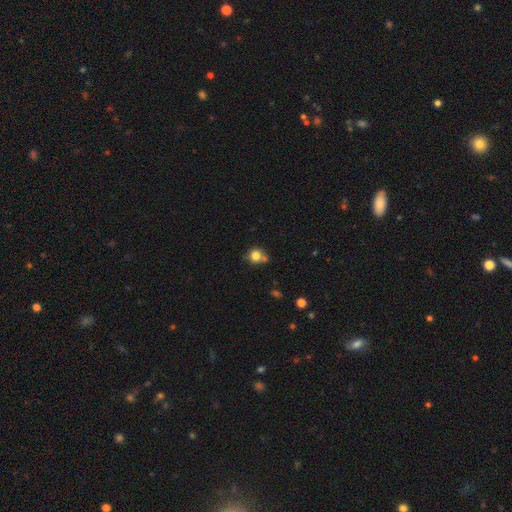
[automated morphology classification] Smooth or featured: smooth — 79% (star or artifact — 11%)
How rounded: round — 86% (in between — 13%)
Merging: none — 59% (merger — 20%)